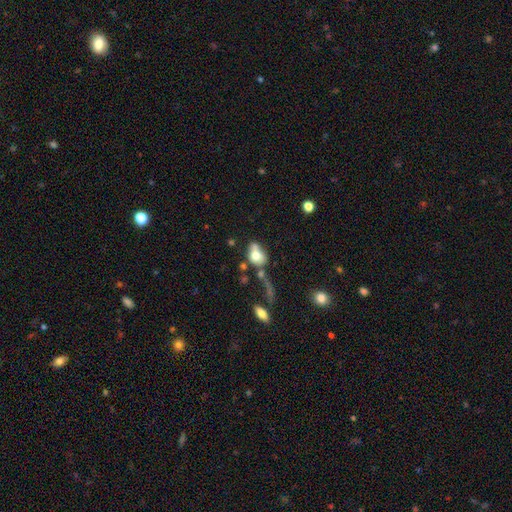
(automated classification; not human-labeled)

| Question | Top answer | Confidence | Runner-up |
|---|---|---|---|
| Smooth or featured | smooth | 68% | featured or disk (23%) |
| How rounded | in between | 66% | round (31%) |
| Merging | merger | 35% | none (27%) |